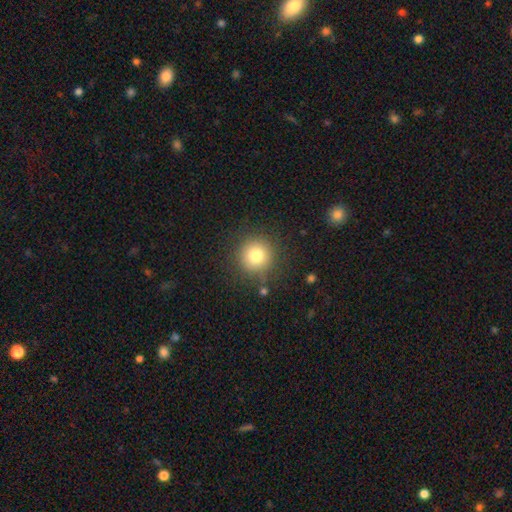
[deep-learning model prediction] Morphology: type=smooth (79%); roundness=round (94%); merging=none (86%).